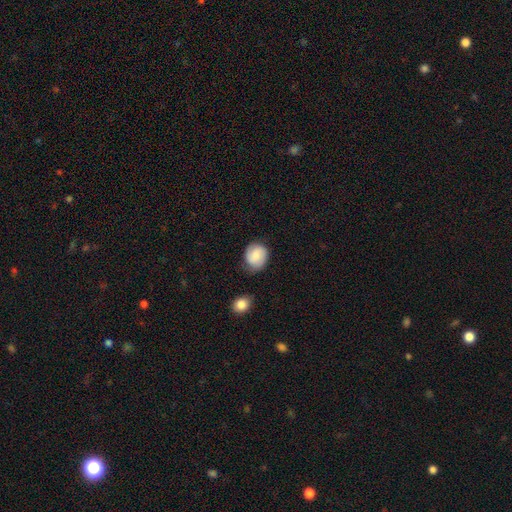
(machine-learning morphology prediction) A smooth galaxy with no disk features (69%) that is round (72%). Merging: none (71%).